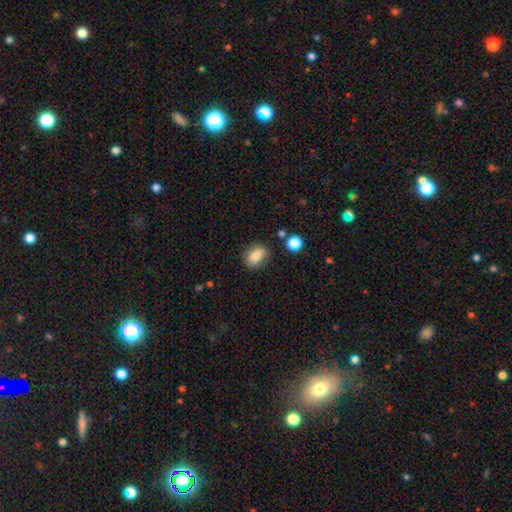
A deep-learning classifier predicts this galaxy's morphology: This is clearly a smooth galaxy (83%). How rounded: likely in between (70%). Merging: likely none (79%).